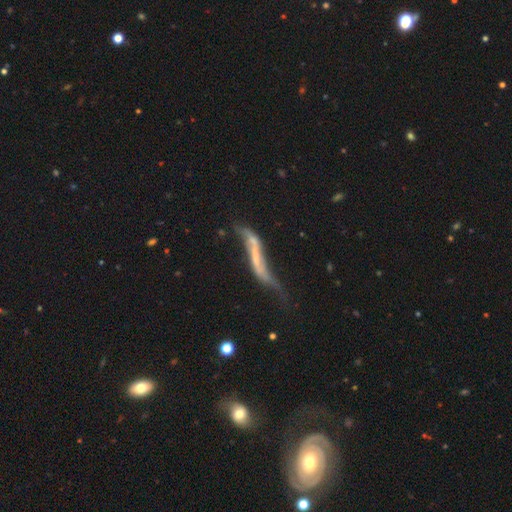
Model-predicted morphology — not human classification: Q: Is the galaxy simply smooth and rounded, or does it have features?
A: featured or disk — 72%.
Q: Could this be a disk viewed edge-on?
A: no — 61%.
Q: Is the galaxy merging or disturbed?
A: none — 32%.